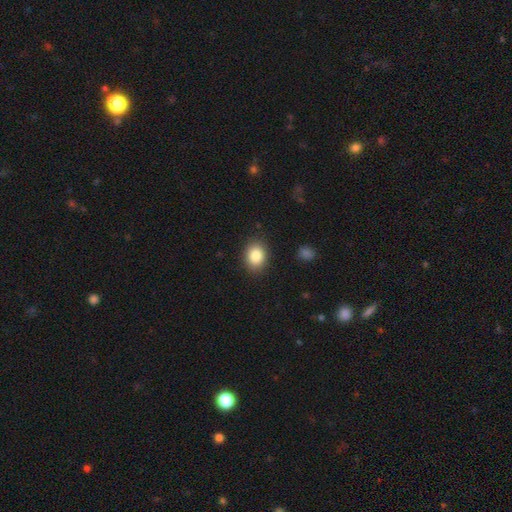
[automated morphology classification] Smooth or featured: smooth — 86% (star or artifact — 8%)
How rounded: in between — 58% (round — 41%)
Merging: none — 87% (minor disturbance — 9%)